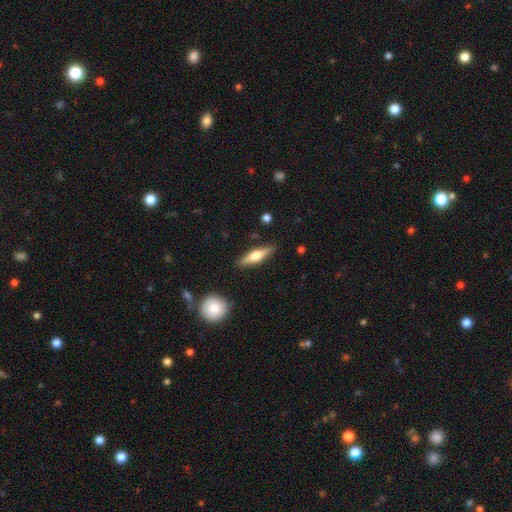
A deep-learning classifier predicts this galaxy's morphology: smooth 48%, featured or disk 47%, star or artifact 6%. Down the decision tree: merging — none (88%).